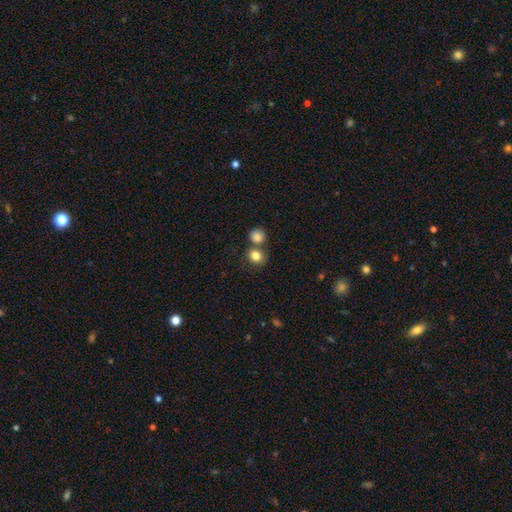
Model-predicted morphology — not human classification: This appears to be a smooth galaxy with no disk features (83%) that is round (75%). Merging: none (58%).